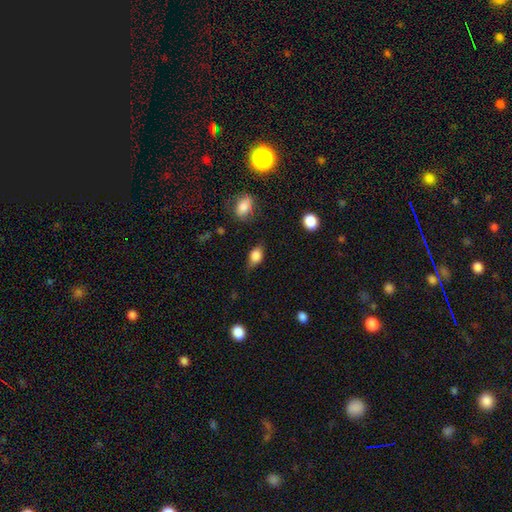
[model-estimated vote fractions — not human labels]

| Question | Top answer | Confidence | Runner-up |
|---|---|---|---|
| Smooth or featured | smooth | 78% | featured or disk (13%) |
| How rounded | in between | 77% | round (19%) |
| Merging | none | 63% | minor disturbance (27%) |